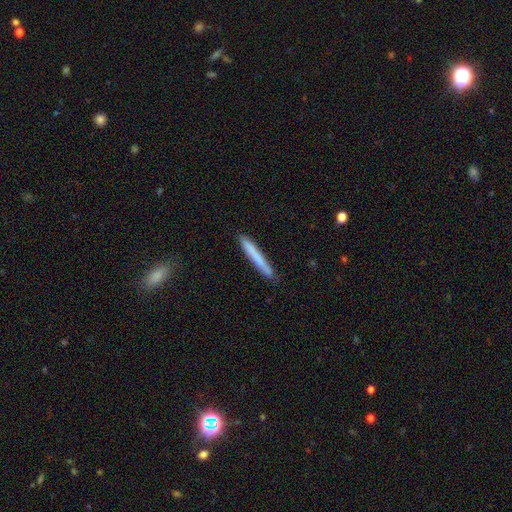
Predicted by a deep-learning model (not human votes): Smooth or featured?
  - smooth: 71% *
  - featured or disk: 23%
  - star or artifact: 6%
How rounded?
  - cigar-shaped: 97% *
  - in between: 2%
  - round: 1%
Merging?
  - none: 87% *
  - minor disturbance: 10%
  - major disturbance: 2%
  - merger: 2%